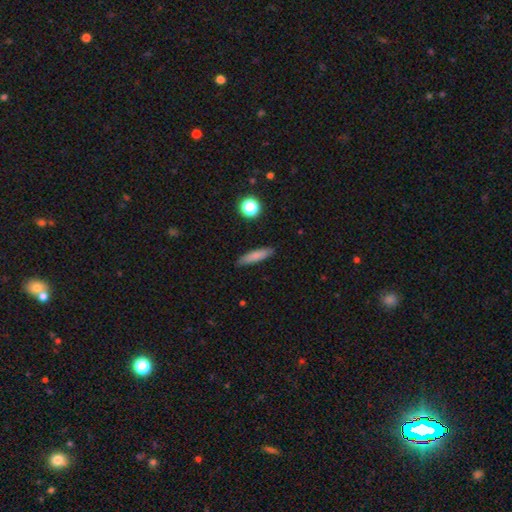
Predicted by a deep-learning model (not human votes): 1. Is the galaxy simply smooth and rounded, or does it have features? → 79% smooth, 12% featured or disk, 8% star or artifact.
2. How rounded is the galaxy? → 79% cigar-shaped, 19% in between, 2% round.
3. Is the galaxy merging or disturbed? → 88% none, 9% minor disturbance, 2% major disturbance, 1% merger.